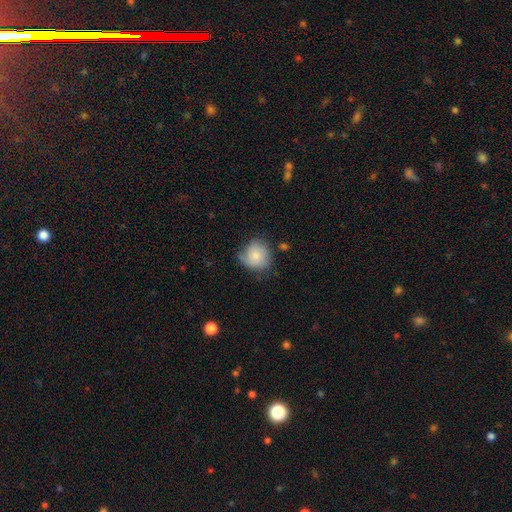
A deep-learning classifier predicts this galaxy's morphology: type=smooth (75%); roundness=round (83%); merging=none (55%).